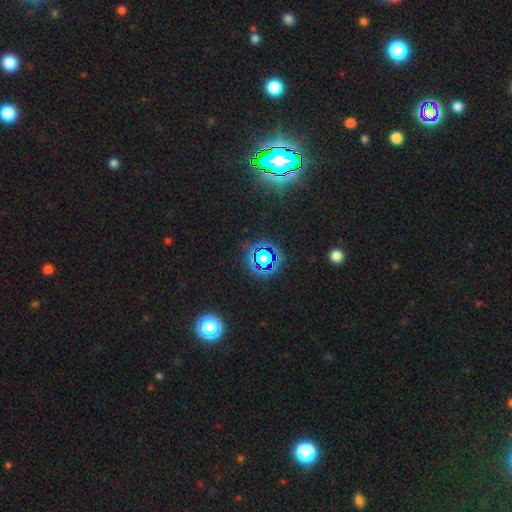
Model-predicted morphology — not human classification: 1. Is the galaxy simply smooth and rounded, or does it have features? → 80% star or artifact, 13% smooth, 7% featured or disk.